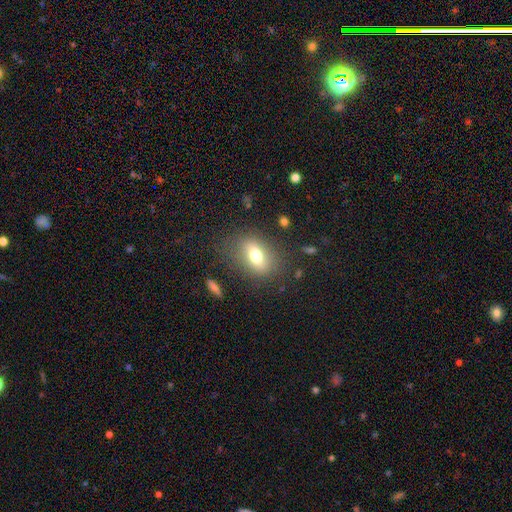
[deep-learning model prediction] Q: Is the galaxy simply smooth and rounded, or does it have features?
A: smooth — 67%.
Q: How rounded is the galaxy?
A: in between — 73%.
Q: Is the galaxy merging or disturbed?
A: none — 76%.